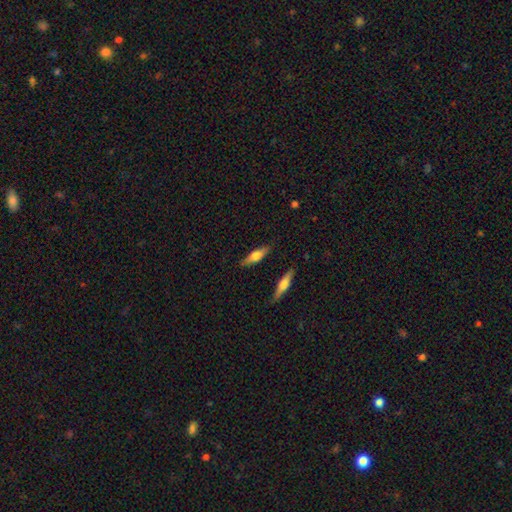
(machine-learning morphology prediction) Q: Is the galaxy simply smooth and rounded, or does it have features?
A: smooth — 59%.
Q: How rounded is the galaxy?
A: cigar-shaped — 57%.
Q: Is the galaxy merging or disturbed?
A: none — 83%.